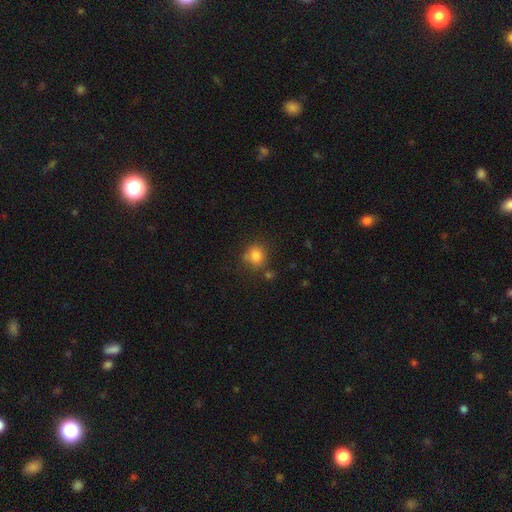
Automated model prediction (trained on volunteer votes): smooth_or_featured: smooth (p=0.82) [alt: star or artifact p=0.11]
how_rounded: round (p=0.82) [alt: in between p=0.17]
merging: none (p=0.72) [alt: minor disturbance p=0.15]